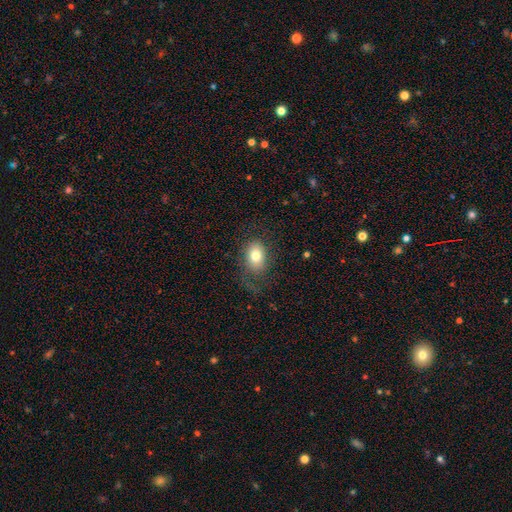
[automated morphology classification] The model was most divided on "merging": none: 64%, minor disturbance: 19%, major disturbance: 16%, merger: 1%. More confident: smooth or featured — smooth (75%); how rounded — in between (74%).